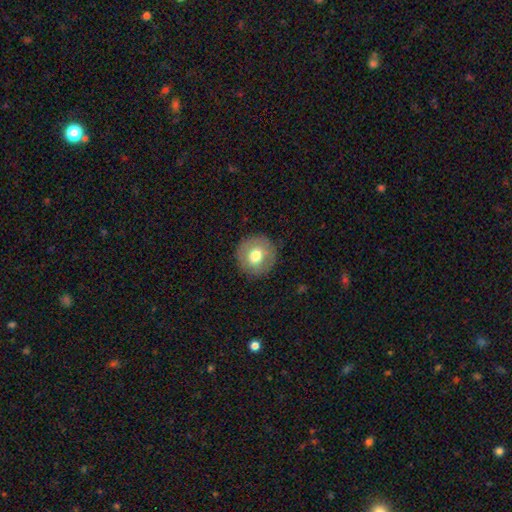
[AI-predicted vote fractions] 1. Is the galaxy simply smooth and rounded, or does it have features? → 68% smooth, 24% featured or disk, 8% star or artifact.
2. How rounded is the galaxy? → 92% round, 7% in between, 1% cigar-shaped.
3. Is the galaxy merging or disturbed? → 87% none, 9% minor disturbance, 3% major disturbance, 1% merger.